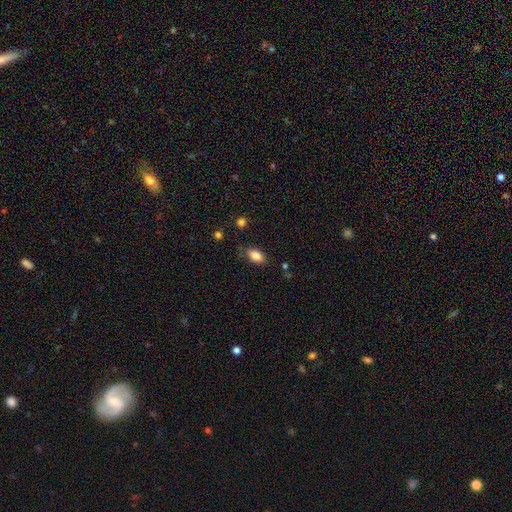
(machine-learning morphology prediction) A smooth galaxy with no disk features (84%) that is in between round and cigar-shaped (90%).

Vote fractions:
- Smooth or featured? smooth: 84% / star or artifact: 8% / featured or disk: 7%
- How rounded? in between: 90% / round: 6% / cigar-shaped: 4%
- Merging? none: 74% / minor disturbance: 20% / major disturbance: 4% / merger: 2%